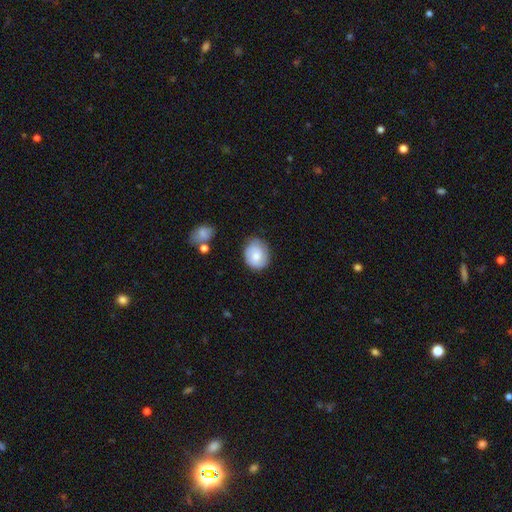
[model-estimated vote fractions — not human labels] A smooth galaxy with no disk features (70%) that is round (60%).

Vote fractions:
- Smooth or featured? smooth: 70% / featured or disk: 23% / star or artifact: 7%
- How rounded? round: 60% / in between: 39% / cigar-shaped: 1%
- Merging? none: 69% / minor disturbance: 24% / major disturbance: 5% / merger: 2%